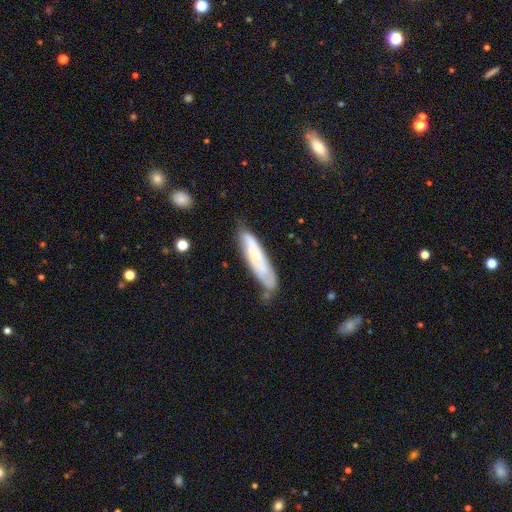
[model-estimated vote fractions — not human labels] Smooth or featured? smooth (51%)
How rounded? cigar-shaped (81%)
Merging? none (65%)